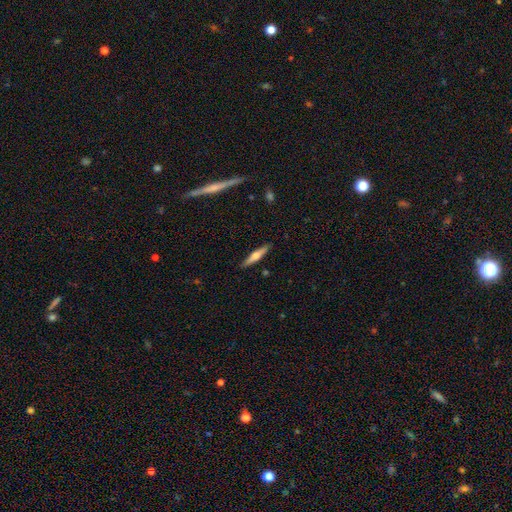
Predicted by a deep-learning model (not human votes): smooth_or_featured: featured or disk (p=0.49) [alt: smooth p=0.45]
merging: none (p=0.90) [alt: minor disturbance p=0.08]